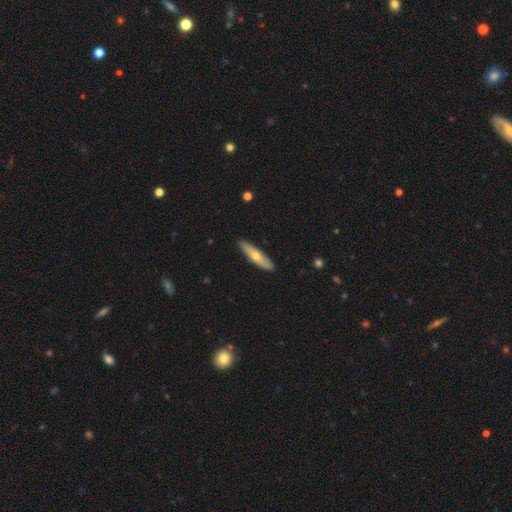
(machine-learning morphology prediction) This appears to be a smooth galaxy with no disk features (55%) that is cigar-shaped (81%). Merging: none (89%).